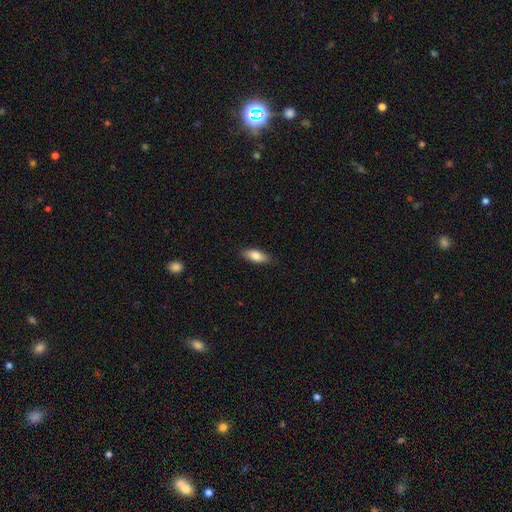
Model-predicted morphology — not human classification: Smooth or featured? Predicted: smooth (p=0.81). How rounded? Predicted: in between (p=0.75). Merging? Predicted: none (p=0.85).